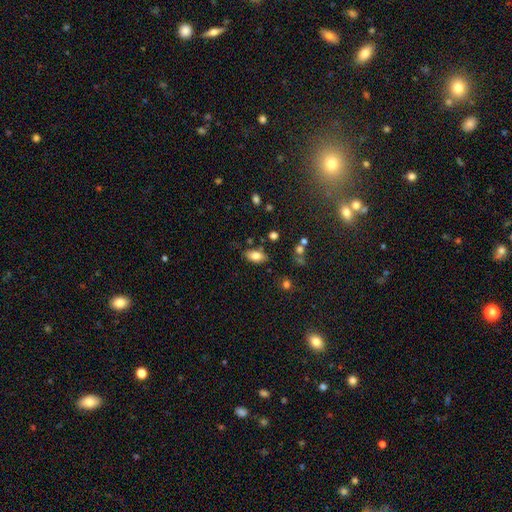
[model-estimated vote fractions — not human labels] A smooth galaxy with no disk features (81%) that is in between round and cigar-shaped (92%). Merging: none (78%).